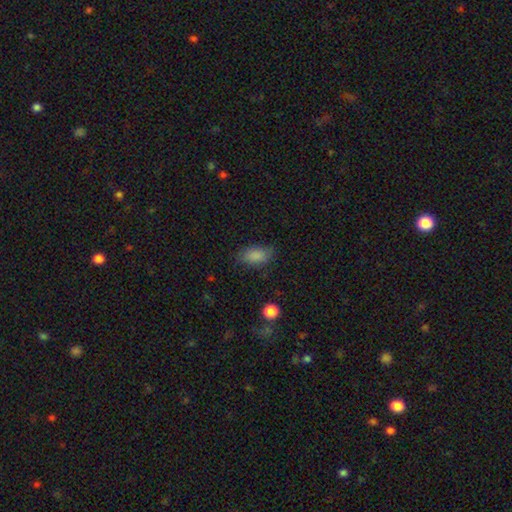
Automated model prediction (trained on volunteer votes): Smooth or featured: smooth — 86% (star or artifact — 9%)
How rounded: in between — 91% (round — 6%)
Merging: none — 77% (minor disturbance — 17%)